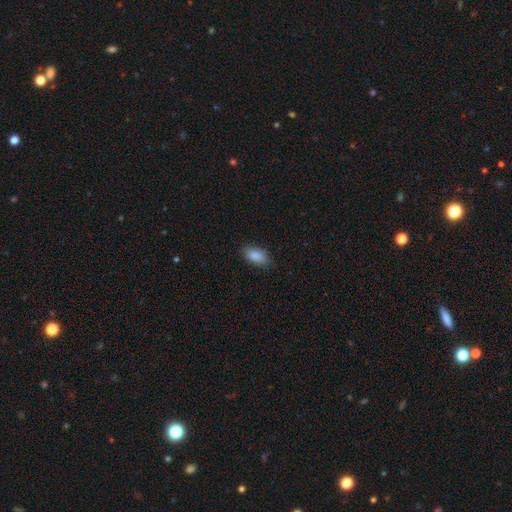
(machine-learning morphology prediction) smooth-or-featured: smooth: 89% | star or artifact: 7% | featured or disk: 4%
  how-rounded: in between: 91% | round: 5% | cigar-shaped: 4%
  merging: none: 86% | minor disturbance: 11% | major disturbance: 3% | merger: 1%